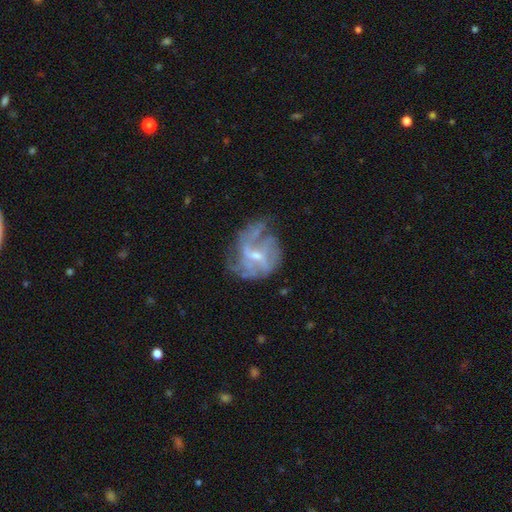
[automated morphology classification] Overall: featured or disk (77%). Edge-on disk: no (97%). Bar: weak (51%; no 32%). Spiral arms: yes (80%). Spiral arm count: can't tell (38%; 2 22%). Spiral winding: medium (40%; loose 35%). Bulge size: small (60%; moderate 32%). Merging: none (51%; minor disturbance 23%).